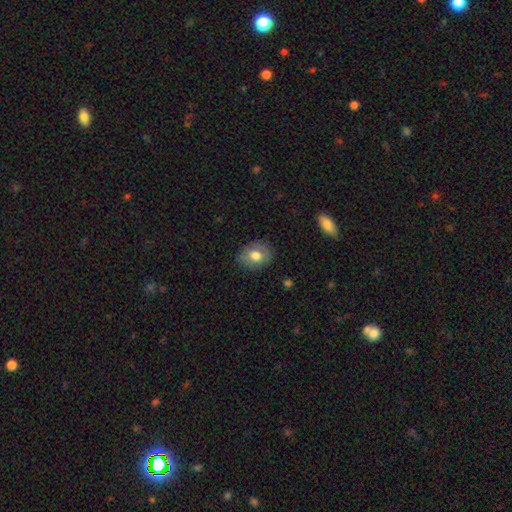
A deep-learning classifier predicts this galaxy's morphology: Smooth or featured?
  - smooth: 72% *
  - featured or disk: 20%
  - star or artifact: 8%
How rounded?
  - in between: 53% *
  - round: 46%
  - cigar-shaped: 1%
Merging?
  - none: 81% *
  - minor disturbance: 14%
  - major disturbance: 4%
  - merger: 1%